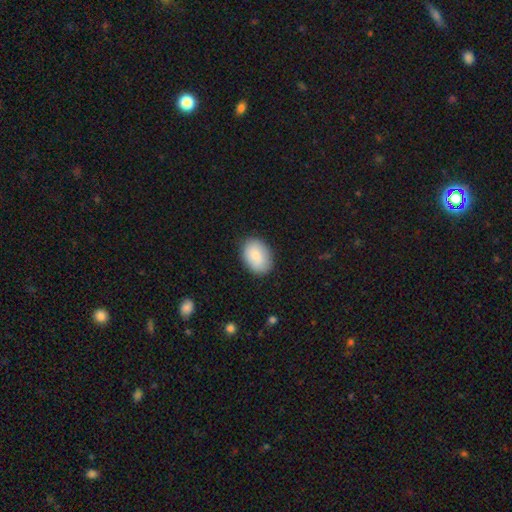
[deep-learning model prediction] Morphology: type=smooth (83%); roundness=in between (82%); merging=none (86%).